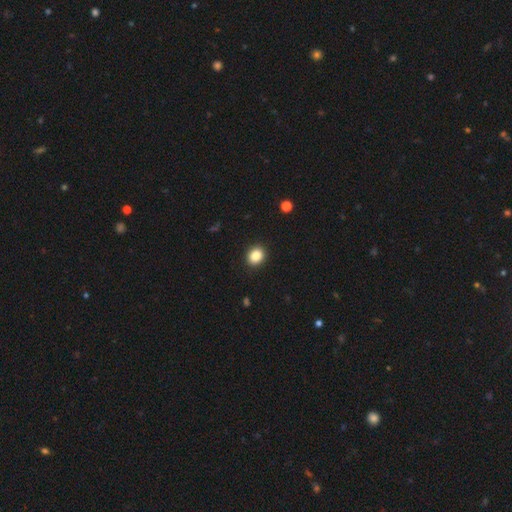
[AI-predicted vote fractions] Smooth or featured? Predicted: smooth (p=0.87). How rounded? Predicted: round (p=0.60). Merging? Predicted: none (p=0.91).